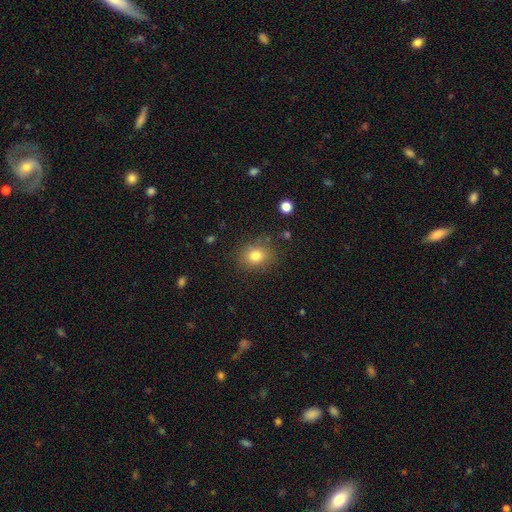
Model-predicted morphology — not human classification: smooth 80%, star or artifact 11%, featured or disk 9%. Down the decision tree: how rounded — round (55%); merging — none (81%).